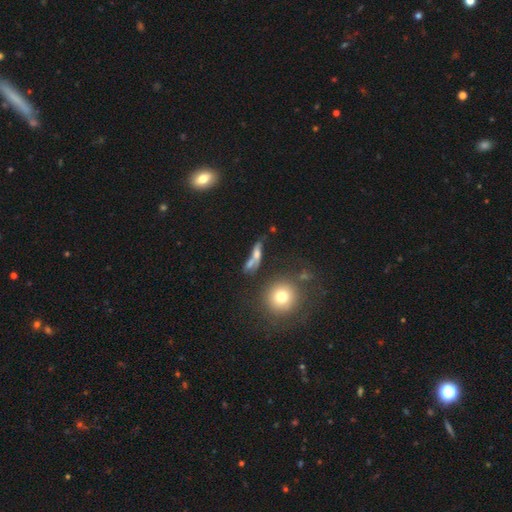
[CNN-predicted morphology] Smooth or featured: smooth — 46% (featured or disk — 40%)
Merging: none — 40% (merger — 29%)